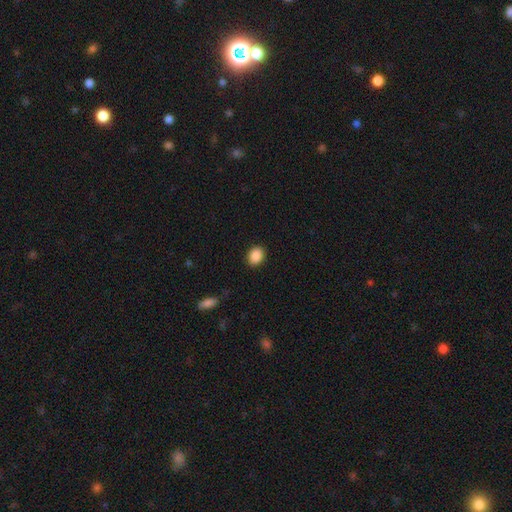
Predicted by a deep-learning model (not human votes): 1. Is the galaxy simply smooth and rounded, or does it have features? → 89% smooth, 8% star or artifact, 3% featured or disk.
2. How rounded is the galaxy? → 57% in between, 42% round, 1% cigar-shaped.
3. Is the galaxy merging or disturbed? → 90% none, 7% minor disturbance, 2% major disturbance, 1% merger.